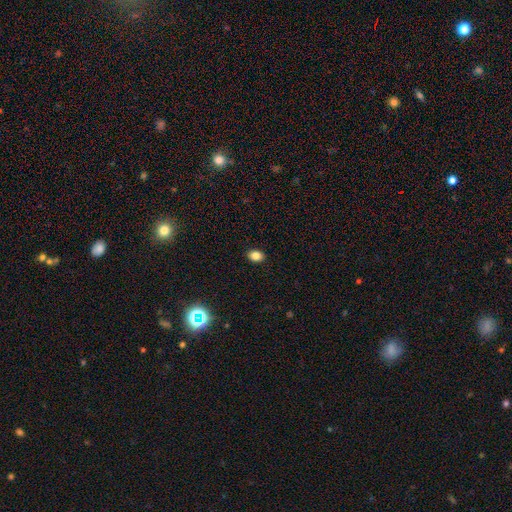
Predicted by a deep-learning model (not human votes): A smooth galaxy with no disk features (83%) that is in between round and cigar-shaped (74%).

Vote fractions:
- Smooth or featured? smooth: 83% / star or artifact: 11% / featured or disk: 6%
- How rounded? in between: 74% / round: 25% / cigar-shaped: 1%
- Merging? none: 90% / minor disturbance: 7% / major disturbance: 2% / merger: 1%